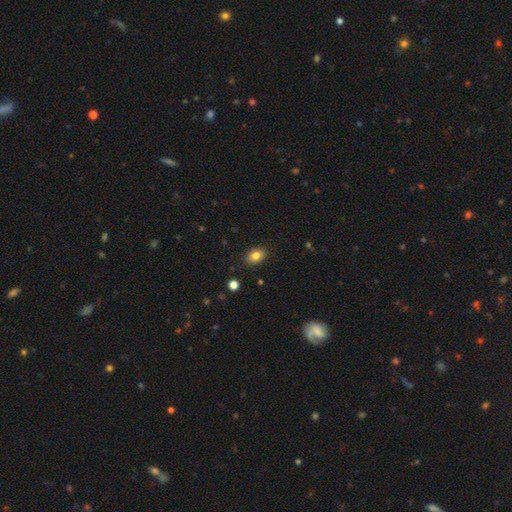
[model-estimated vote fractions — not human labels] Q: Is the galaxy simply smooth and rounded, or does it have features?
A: smooth — 83%.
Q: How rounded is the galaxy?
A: in between — 79%.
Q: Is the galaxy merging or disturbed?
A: none — 88%.